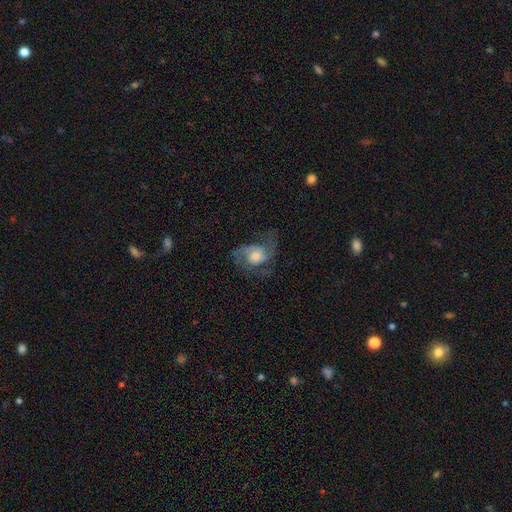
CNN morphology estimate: Smooth or featured? Predicted: featured or disk (p=0.75). Edge-on disk? Predicted: no (p=0.97). Bar? Predicted: no (p=0.68). Spiral arms? Predicted: yes (p=0.92). Spiral winding? Predicted: medium (p=0.49). Spiral arm count? Predicted: 2 (p=0.59). Bulge size? Predicted: moderate (p=0.52). Merging? Predicted: none (p=0.52).